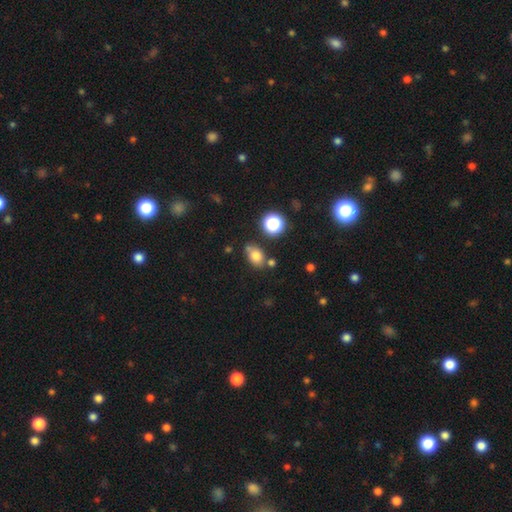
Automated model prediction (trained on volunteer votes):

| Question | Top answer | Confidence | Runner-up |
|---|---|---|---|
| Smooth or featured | smooth | 77% | star or artifact (14%) |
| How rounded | in between | 71% | round (28%) |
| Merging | none | 68% | minor disturbance (16%) |